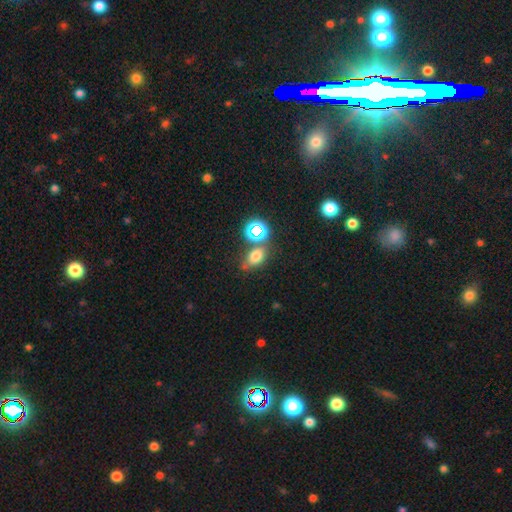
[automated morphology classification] Smooth or featured? smooth (65%)
How rounded? in between (67%)
Merging? none (61%)